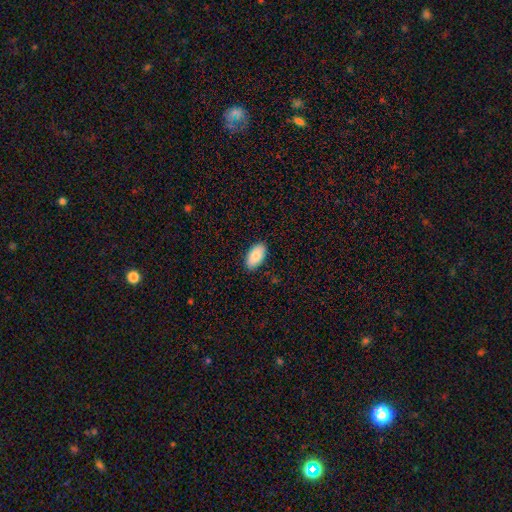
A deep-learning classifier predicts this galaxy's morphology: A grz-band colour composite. It shows a smooth galaxy with no disk features (86%) that is in between round and cigar-shaped (96%). Merging: none (88%).